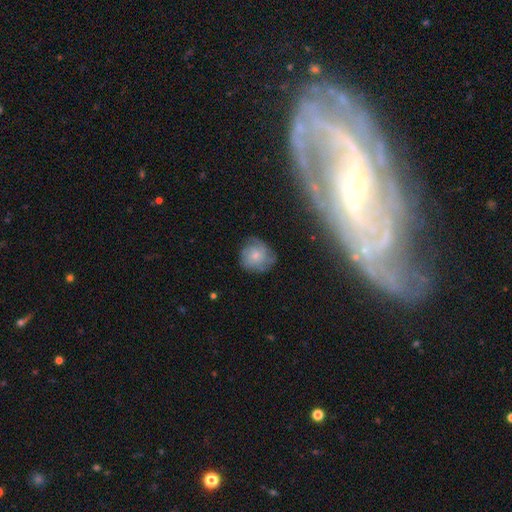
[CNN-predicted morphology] This appears to be a featured or disk galaxy (54%) with no bar (80%), spiral arms (85%) and a small central bulge (63%). Merging: none (69%).